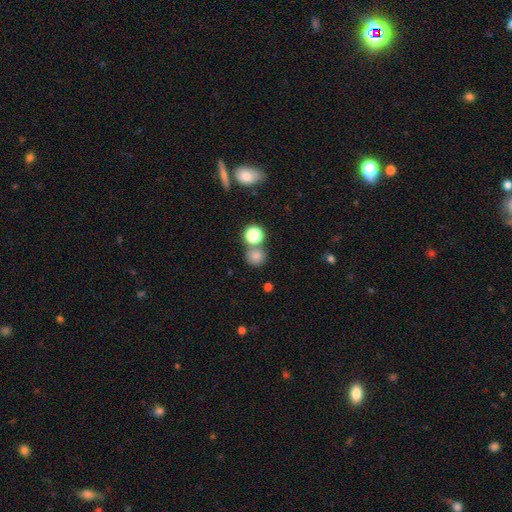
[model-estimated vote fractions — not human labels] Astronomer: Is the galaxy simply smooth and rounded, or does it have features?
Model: smooth — 78%.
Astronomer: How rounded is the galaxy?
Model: round — 89%.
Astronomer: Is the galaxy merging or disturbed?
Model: none — 63%.